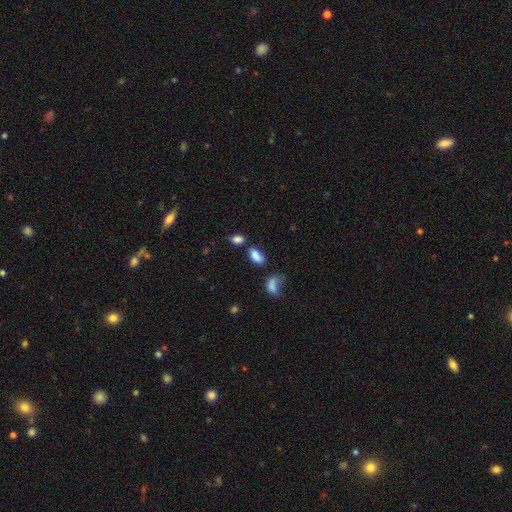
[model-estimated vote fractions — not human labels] A smooth galaxy with no disk features (81%) that is in between round and cigar-shaped (88%).

Vote fractions:
- Smooth or featured? smooth: 81% / star or artifact: 11% / featured or disk: 8%
- How rounded? in between: 88% / round: 7% / cigar-shaped: 5%
- Merging? none: 47% / merger: 28% / minor disturbance: 17% / major disturbance: 8%